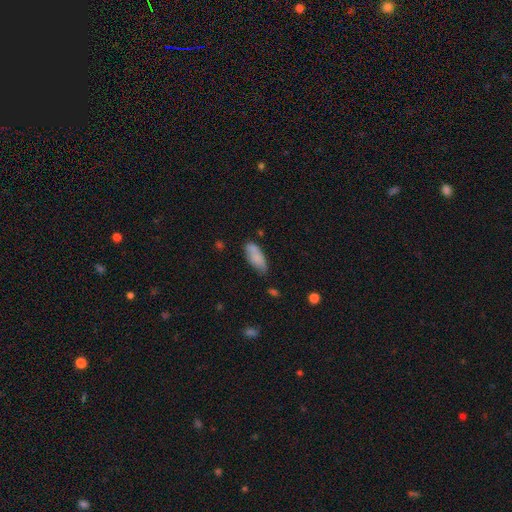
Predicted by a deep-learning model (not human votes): Smooth or featured? Predicted: smooth (p=0.83). How rounded? Predicted: in between (p=0.80). Merging? Predicted: none (p=0.63).